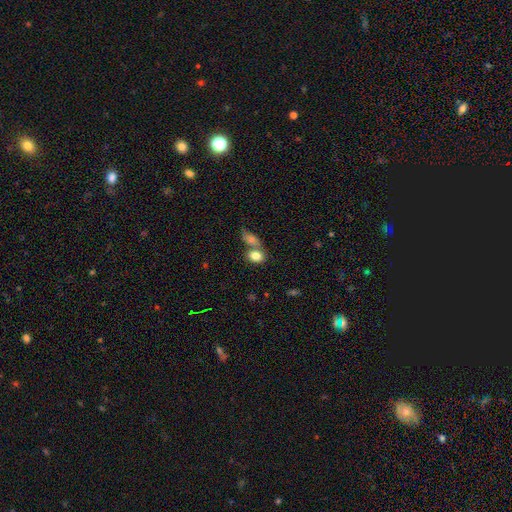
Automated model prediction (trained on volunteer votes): The model was most divided on "merging": merger: 49%, none: 37%, minor disturbance: 10%, major disturbance: 4%. More confident: smooth or featured — smooth (82%); how rounded — in between (68%).